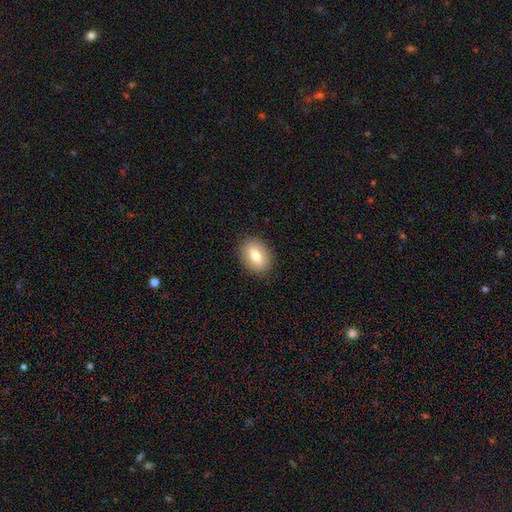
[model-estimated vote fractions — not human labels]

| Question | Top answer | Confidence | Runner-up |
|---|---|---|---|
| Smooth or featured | smooth | 72% | featured or disk (20%) |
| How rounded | in between | 74% | round (24%) |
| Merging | none | 86% | minor disturbance (10%) |